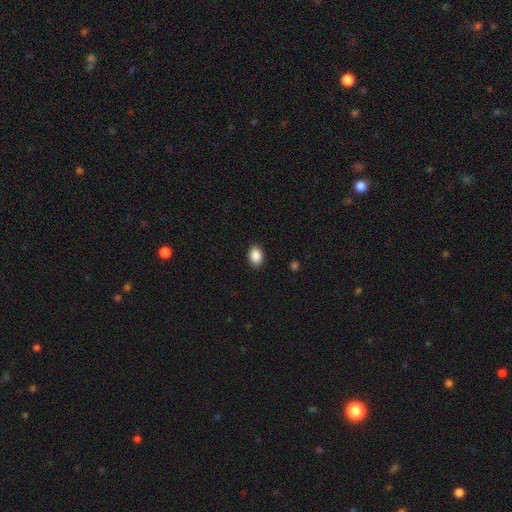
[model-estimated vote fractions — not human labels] Smooth or featured? smooth (89%)
How rounded? in between (75%)
Merging? none (90%)